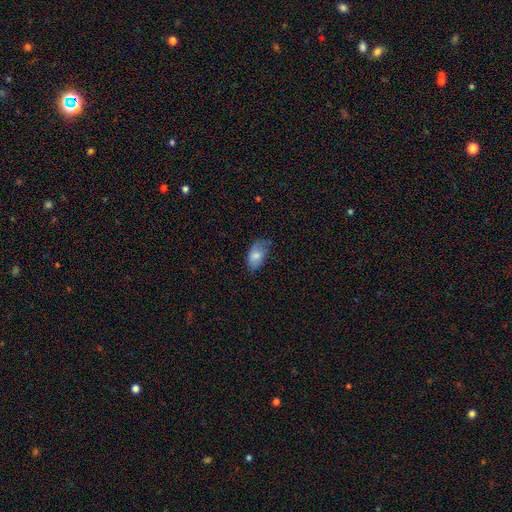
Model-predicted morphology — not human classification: Smooth or featured: smooth — 77% (featured or disk — 16%)
How rounded: in between — 93% (round — 5%)
Merging: none — 61% (minor disturbance — 30%)